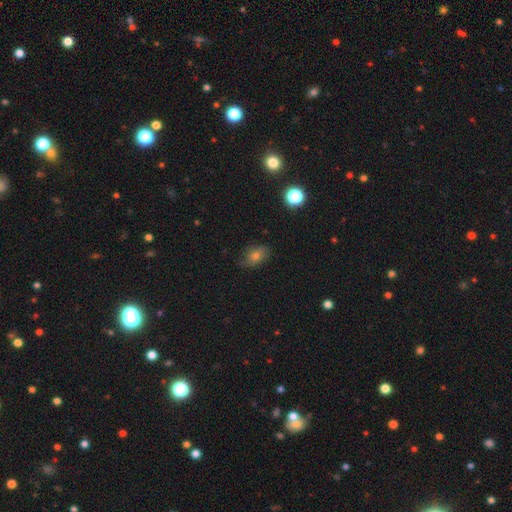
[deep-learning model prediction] Smooth or featured?
  - smooth: 62% *
  - star or artifact: 20%
  - featured or disk: 18%
How rounded?
  - in between: 76% *
  - round: 22%
  - cigar-shaped: 2%
Merging?
  - none: 77% *
  - minor disturbance: 17%
  - major disturbance: 4%
  - merger: 1%